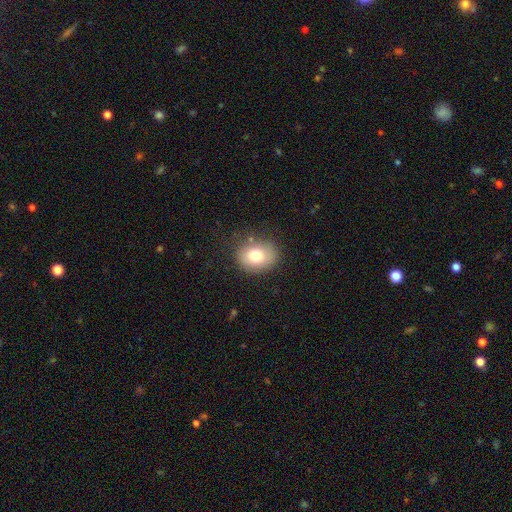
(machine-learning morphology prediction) smooth-or-featured: smooth: 76% | featured or disk: 14% | star or artifact: 10%
  how-rounded: round: 53% | in between: 46% | cigar-shaped: 1%
  merging: none: 77% | minor disturbance: 16% | major disturbance: 5% | merger: 2%